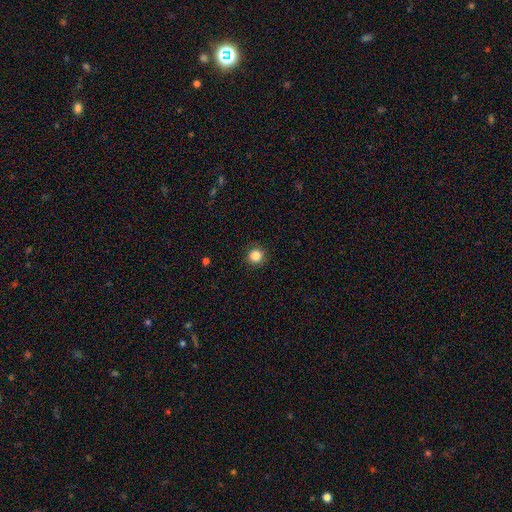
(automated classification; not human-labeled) Smooth or featured: smooth — 85% (star or artifact — 11%)
How rounded: round — 93% (in between — 7%)
Merging: none — 90% (minor disturbance — 7%)